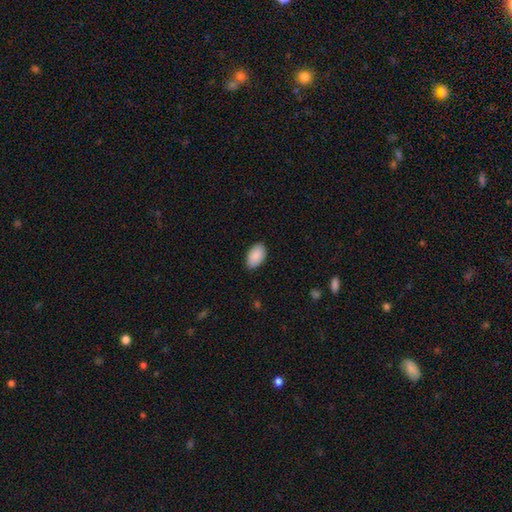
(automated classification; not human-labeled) The model was most divided on "merging": none: 86%, minor disturbance: 11%, major disturbance: 2%, merger: 1%. More confident: how rounded — in between (94%); smooth or featured — smooth (90%).